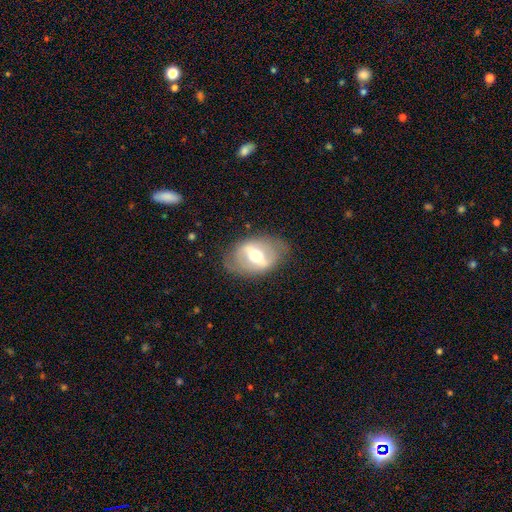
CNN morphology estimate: This is likely a featured or disk galaxy (68%). It is clearly not viewed edge-on (85%). Bar: likely strong (67%). Spiral arm pattern: likely no (69%). Central bulge: likely moderate (67%). Merging: likely none (74%).